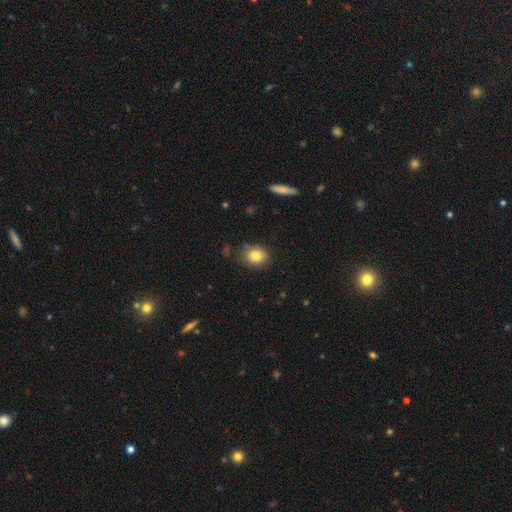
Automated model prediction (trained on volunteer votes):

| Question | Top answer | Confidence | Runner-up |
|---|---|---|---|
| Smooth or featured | smooth | 82% | star or artifact (10%) |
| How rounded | round | 59% | in between (40%) |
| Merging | none | 80% | minor disturbance (15%) |